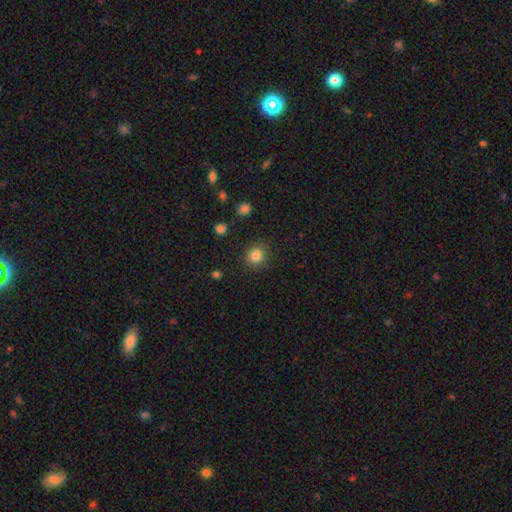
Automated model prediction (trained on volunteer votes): Morphology: type=smooth (83%); roundness=round (85%); merging=none (84%).